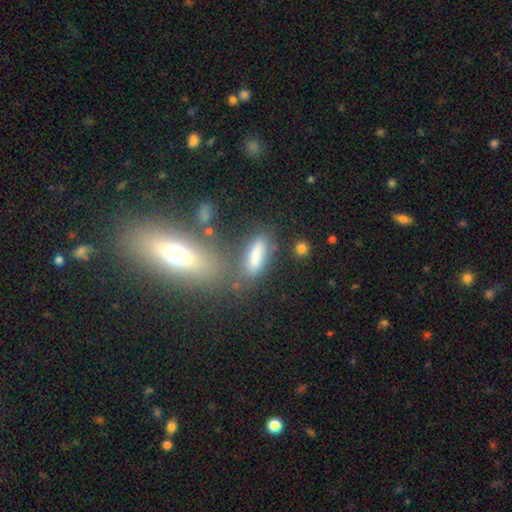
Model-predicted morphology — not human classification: A smooth galaxy with no disk features (78%) that is in between round and cigar-shaped (53%).

Vote fractions:
- Smooth or featured? smooth: 78% / featured or disk: 12% / star or artifact: 10%
- How rounded? in between: 53% / cigar-shaped: 43% / round: 4%
- Merging? none: 61% / minor disturbance: 16% / merger: 14% / major disturbance: 8%